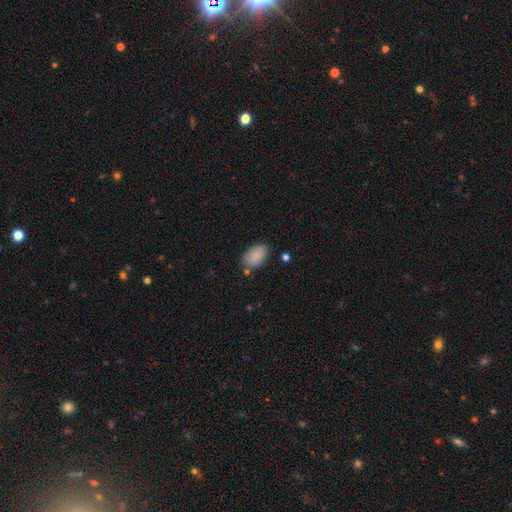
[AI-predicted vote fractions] This is clearly a smooth galaxy (89%). How rounded: clearly in between (93%). Merging: likely none (79%).